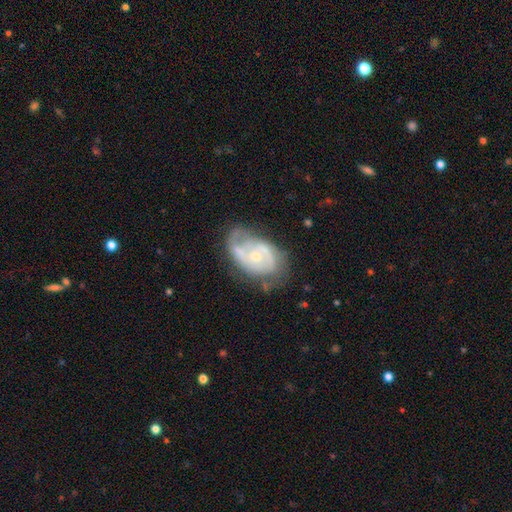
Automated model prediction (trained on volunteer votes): Smooth or featured: featured or disk — 78% (smooth — 15%)
Edge-on disk: no — 96% (yes — 4%)
Bar: no — 72% (weak — 24%)
Spiral arms: yes — 86% (no — 14%)
Spiral winding: tight — 45% (medium — 39%)
Spiral arm count: 2 — 50% (can't tell — 27%)
Bulge size: small — 57% (moderate — 39%)
Merging: none — 53% (minor disturbance — 27%)